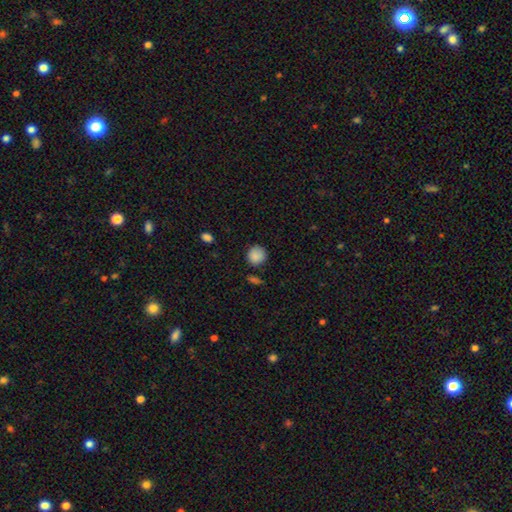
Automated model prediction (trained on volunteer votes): Smooth or featured? smooth (87%)
How rounded? round (90%)
Merging? none (81%)